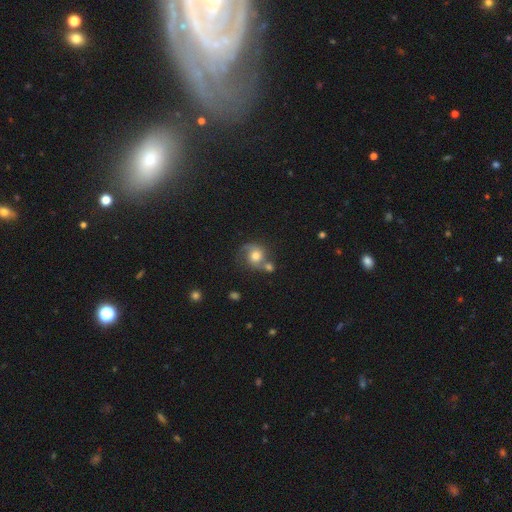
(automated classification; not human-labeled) A smooth galaxy with no disk features (48%). Merging: none (44%).